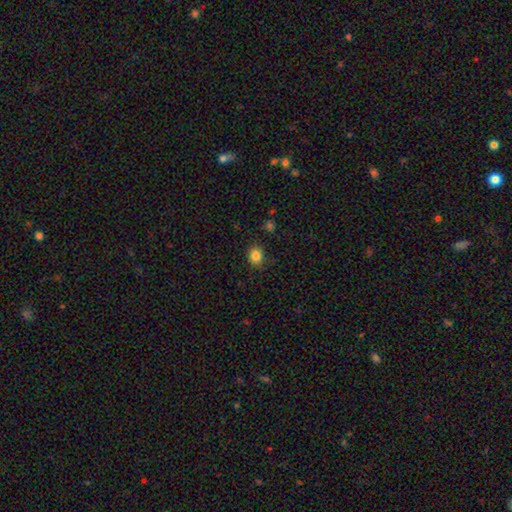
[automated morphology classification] A smooth galaxy with no disk features (84%) that is round (66%).

Vote fractions:
- Smooth or featured? smooth: 84% / star or artifact: 11% / featured or disk: 5%
- How rounded? round: 66% / in between: 34% / cigar-shaped: 1%
- Merging? none: 84% / minor disturbance: 12% / major disturbance: 3% / merger: 1%